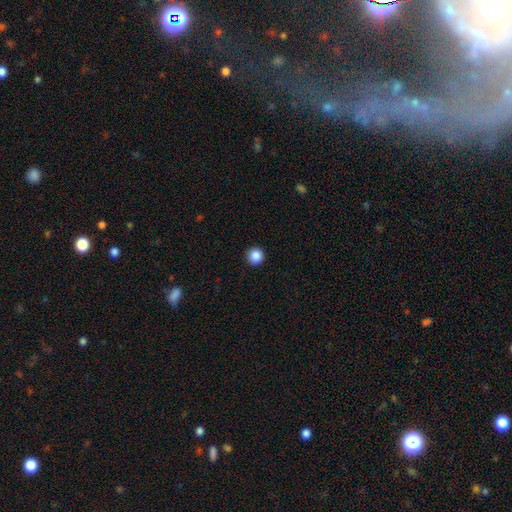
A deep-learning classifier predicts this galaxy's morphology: A smooth galaxy with no disk features (88%) that is round (96%). Merging: none (93%).